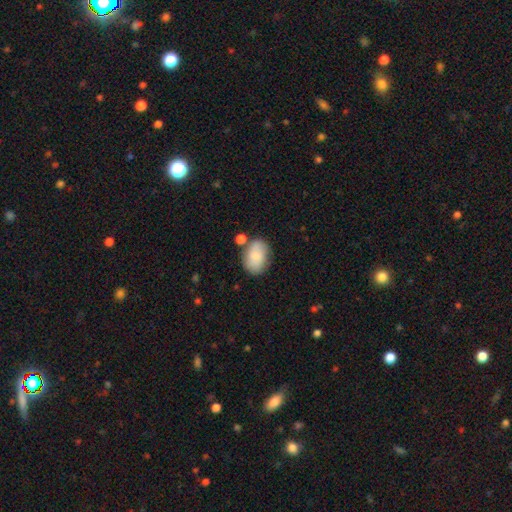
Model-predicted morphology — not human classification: smooth-or-featured: smooth: 77% | featured or disk: 16% | star or artifact: 7%
  how-rounded: in between: 80% | round: 19% | cigar-shaped: 1%
  merging: none: 63% | minor disturbance: 19% | merger: 12% | major disturbance: 5%